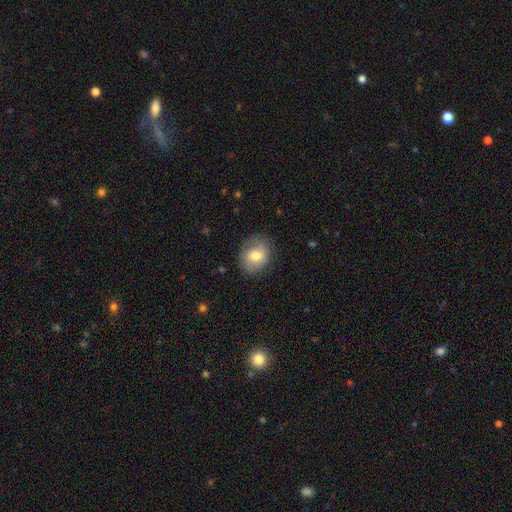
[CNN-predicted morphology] A smooth galaxy with no disk features (63%) that is round (58%). Merging: none (76%).